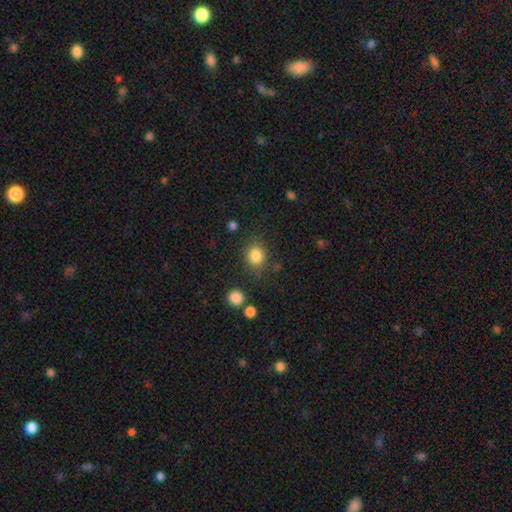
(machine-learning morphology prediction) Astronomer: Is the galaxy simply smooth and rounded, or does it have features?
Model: smooth — 84%.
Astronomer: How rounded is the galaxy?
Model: round — 72%.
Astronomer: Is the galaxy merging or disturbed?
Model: none — 80%.